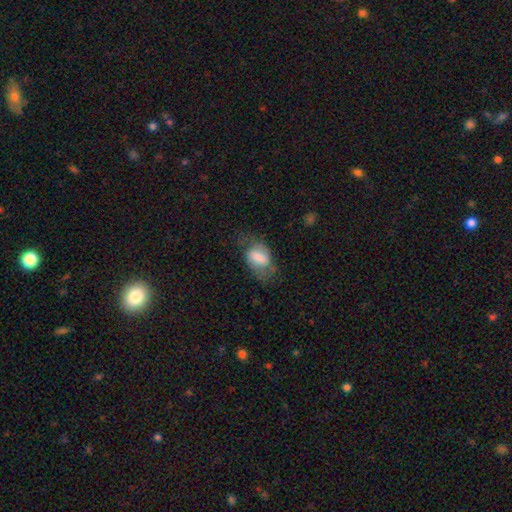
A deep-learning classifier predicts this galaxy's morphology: This appears to be a smooth galaxy with no disk features (56%) that is in between round and cigar-shaped (87%). Merging: none (55%).